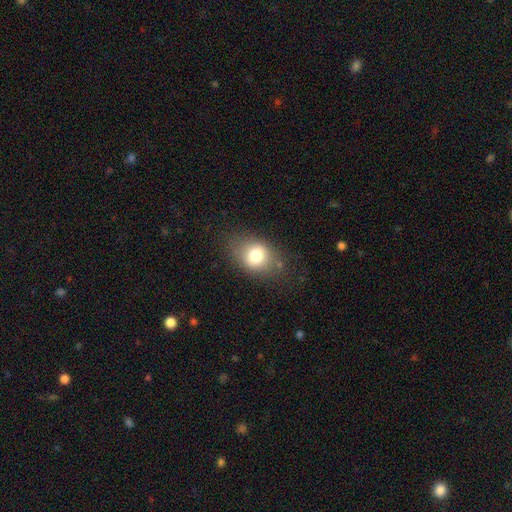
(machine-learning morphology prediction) smooth-or-featured: smooth: 76% | featured or disk: 14% | star or artifact: 11%
  how-rounded: in between: 58% | round: 41% | cigar-shaped: 1%
  merging: none: 75% | minor disturbance: 17% | major disturbance: 6% | merger: 2%